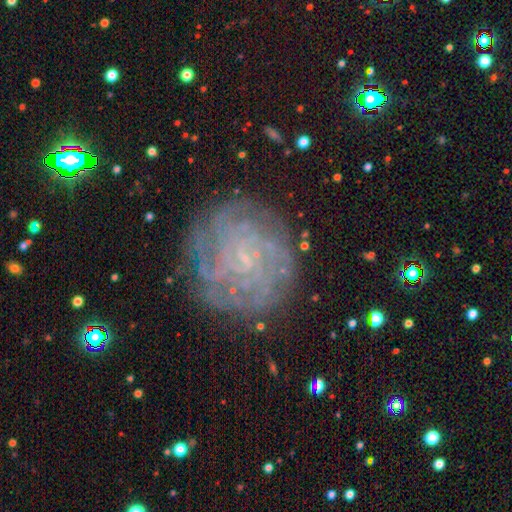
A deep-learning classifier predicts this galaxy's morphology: featured or disk 74%, smooth 14%, star or artifact 12%. Down the decision tree: edge-on disk — no (97%); bar — no (59%); spiral arms — yes (90%); spiral arm count — can't tell (45%); spiral winding — tight (75%); bulge size — small (72%); merging — none (80%).